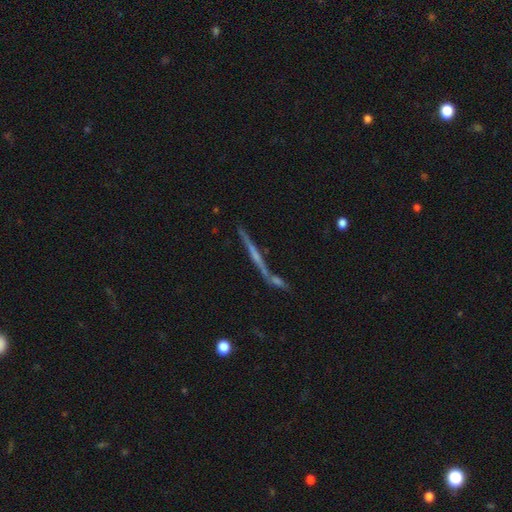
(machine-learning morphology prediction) The model was most divided on "edge-on bulge": none: 61%, rounded: 29%, boxy: 9%. More confident: edge-on disk — yes (95%); smooth or featured — featured or disk (67%); merging — none (64%).